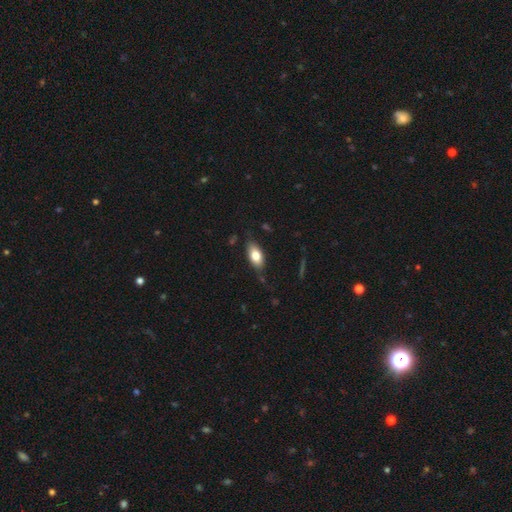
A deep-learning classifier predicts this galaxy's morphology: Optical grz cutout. It shows a smooth galaxy with no disk features (76%) that is in between round and cigar-shaped (89%). Merging: none (76%).